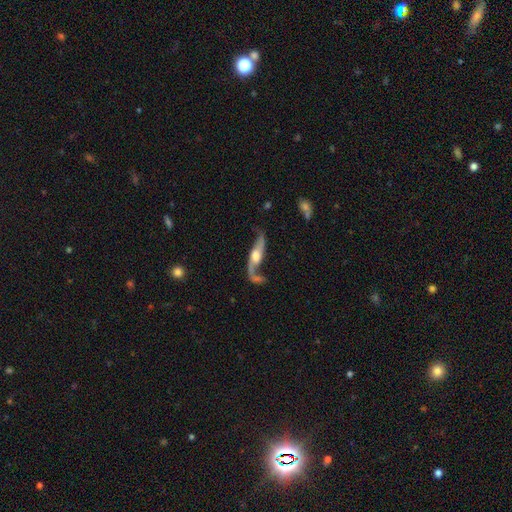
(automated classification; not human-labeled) Smooth or featured? featured or disk (83%)
Edge-on disk? no (77%)
Bar? no (56%)
Spiral arms? yes (91%)
Spiral winding? loose (86%)
Spiral arm count? 2 (86%)
Bulge size? moderate (58%)
Merging? none (54%)